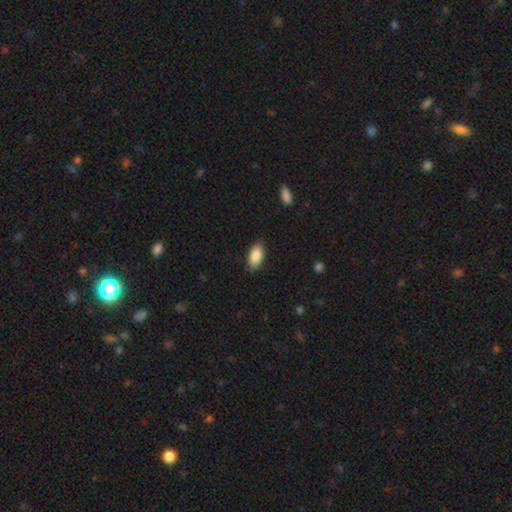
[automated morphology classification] Smooth or featured: smooth — 87% (featured or disk — 6%)
How rounded: in between — 91% (cigar-shaped — 6%)
Merging: none — 86% (minor disturbance — 11%)